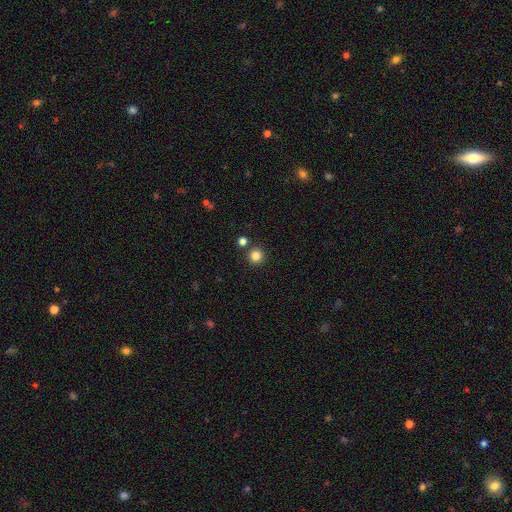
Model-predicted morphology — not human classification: A smooth galaxy with no disk features (83%) that is round (96%). Merging: none (87%).